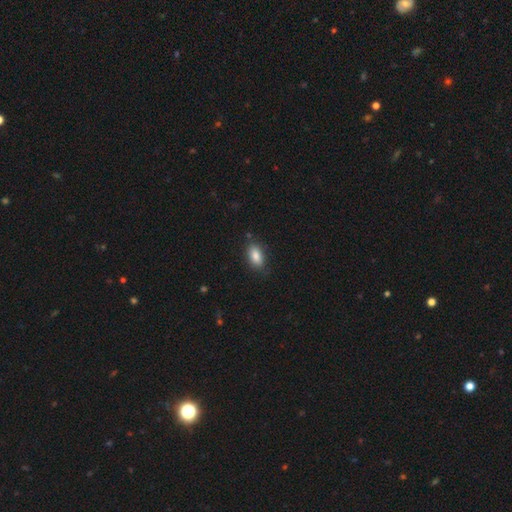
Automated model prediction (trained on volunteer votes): smooth 85%, star or artifact 8%, featured or disk 7%. Down the decision tree: how rounded — in between (89%); merging — none (83%).